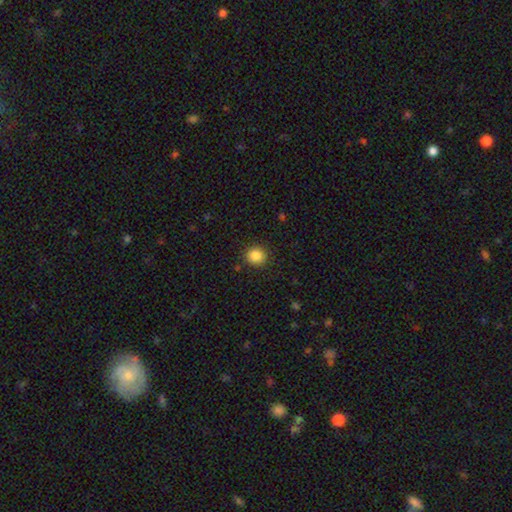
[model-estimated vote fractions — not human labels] Overall: smooth (86%). How rounded: round (87%). Merging: none (90%).